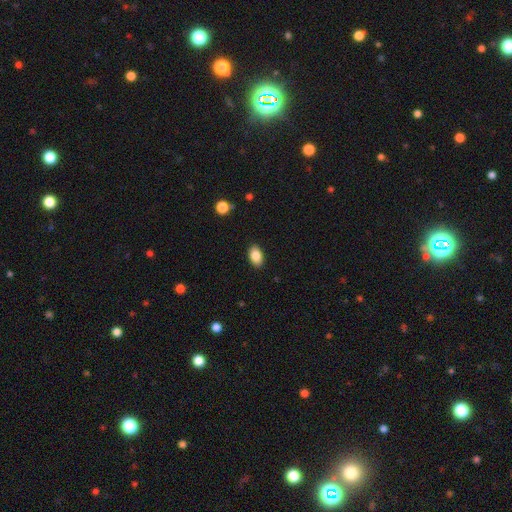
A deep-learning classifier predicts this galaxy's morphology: The model was most divided on "smooth or featured": smooth: 86%, star or artifact: 8%, featured or disk: 7%. More confident: how rounded — in between (91%); merging — none (89%).